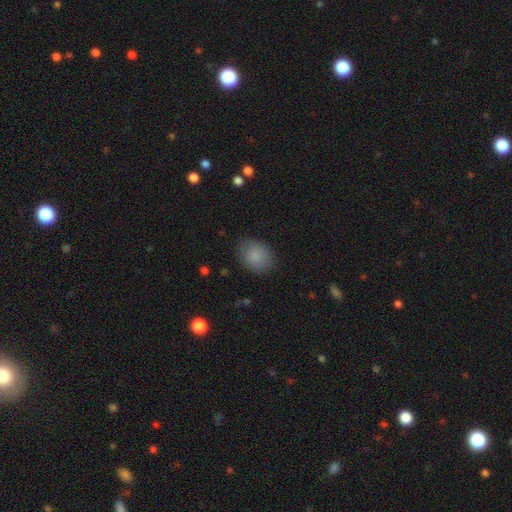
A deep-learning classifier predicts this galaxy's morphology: Smooth or featured? Predicted: smooth (p=0.86). How rounded? Predicted: in between (p=0.52). Merging? Predicted: none (p=0.81).